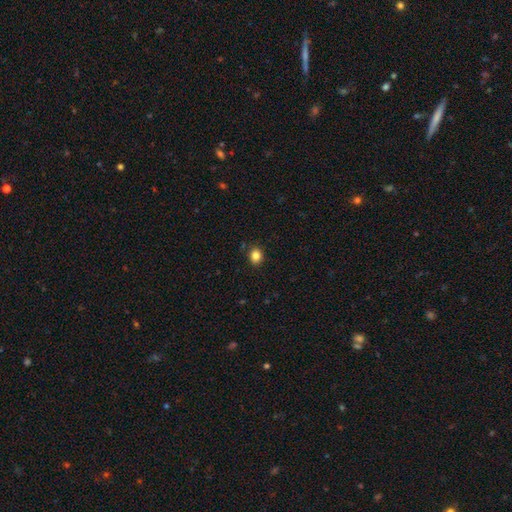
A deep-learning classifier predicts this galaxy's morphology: type=smooth (84%); roundness=round (58%); merging=none (87%).